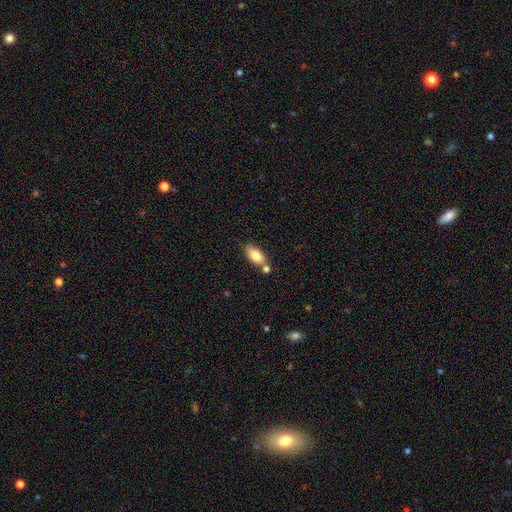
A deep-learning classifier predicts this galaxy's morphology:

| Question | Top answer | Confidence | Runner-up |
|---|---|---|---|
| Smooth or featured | smooth | 82% | featured or disk (11%) |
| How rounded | in between | 88% | cigar-shaped (7%) |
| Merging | none | 58% | merger (23%) |